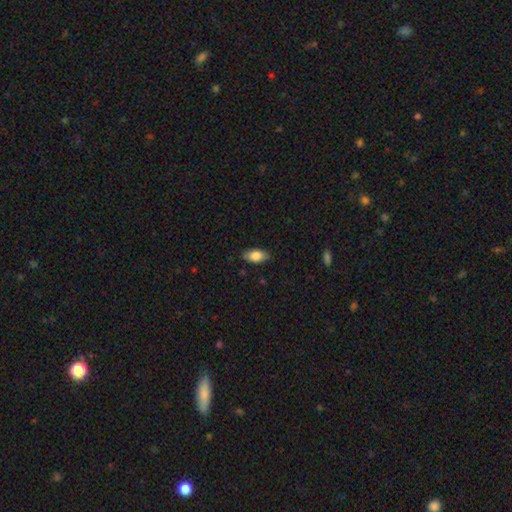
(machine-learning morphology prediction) A smooth galaxy with no disk features (83%) that is in between round and cigar-shaped (91%). Merging: none (85%).